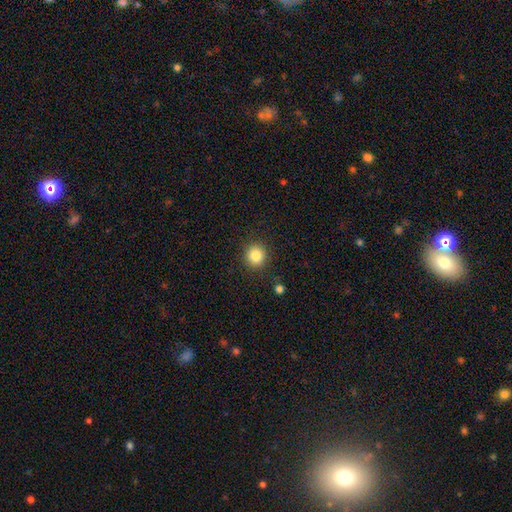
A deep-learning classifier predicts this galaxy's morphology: smooth 84%, star or artifact 11%, featured or disk 6%. Down the decision tree: how rounded — round (92%); merging — none (90%).